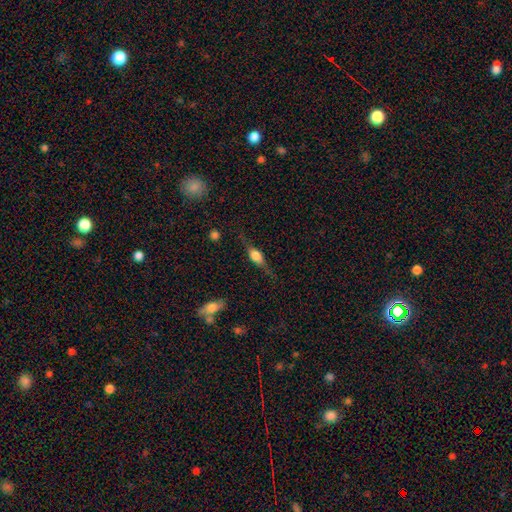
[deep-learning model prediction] Overall: featured or disk (52%; smooth 40%). Edge-on disk: yes (92%). Merging: none (71%).